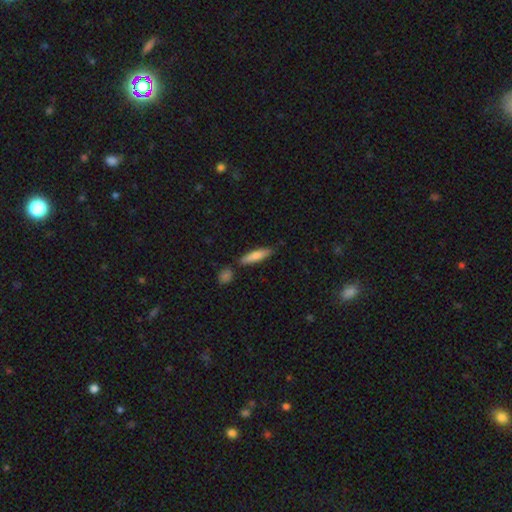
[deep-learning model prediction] smooth-or-featured: smooth: 74% | featured or disk: 20% | star or artifact: 6%
  how-rounded: cigar-shaped: 75% | in between: 23% | round: 2%
  merging: none: 78% | minor disturbance: 13% | merger: 6% | major disturbance: 3%